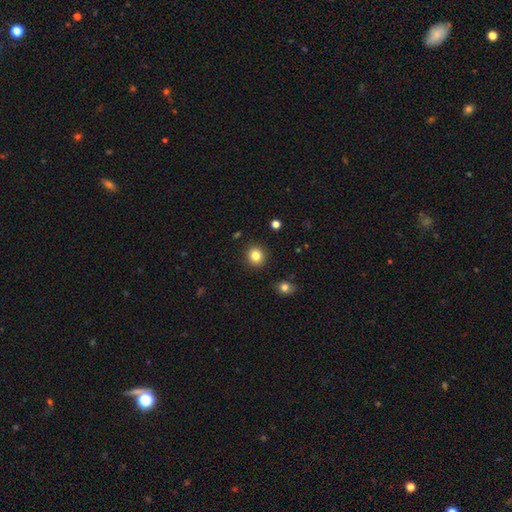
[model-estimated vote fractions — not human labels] Smooth or featured? smooth (84%)
How rounded? round (86%)
Merging? none (91%)